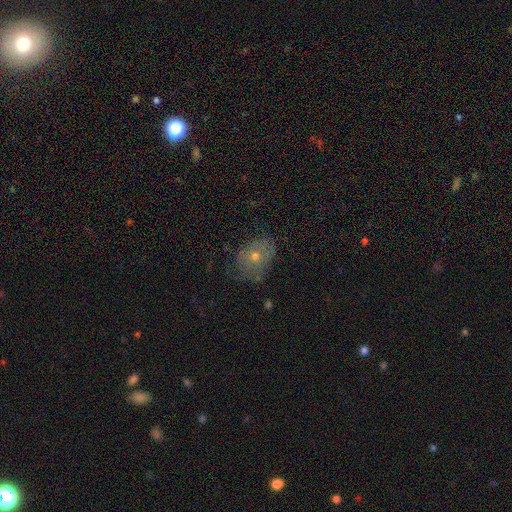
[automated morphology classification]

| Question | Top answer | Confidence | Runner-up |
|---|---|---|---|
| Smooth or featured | smooth | 53% | featured or disk (34%) |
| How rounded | in between | 58% | round (41%) |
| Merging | none | 61% | minor disturbance (26%) |